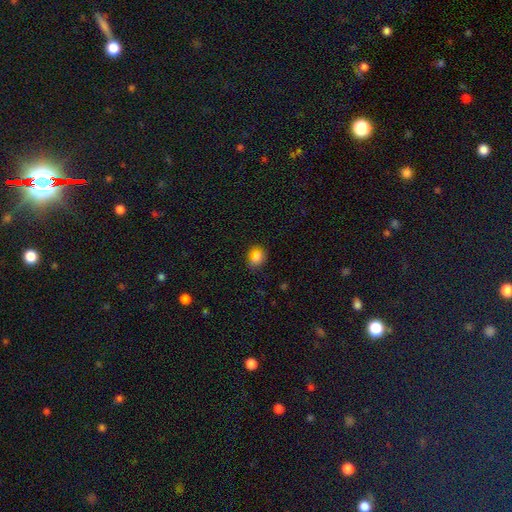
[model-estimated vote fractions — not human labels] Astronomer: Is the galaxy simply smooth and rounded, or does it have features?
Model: smooth — 72%.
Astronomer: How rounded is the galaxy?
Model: round — 71%.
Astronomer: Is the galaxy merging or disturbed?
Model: none — 78%.